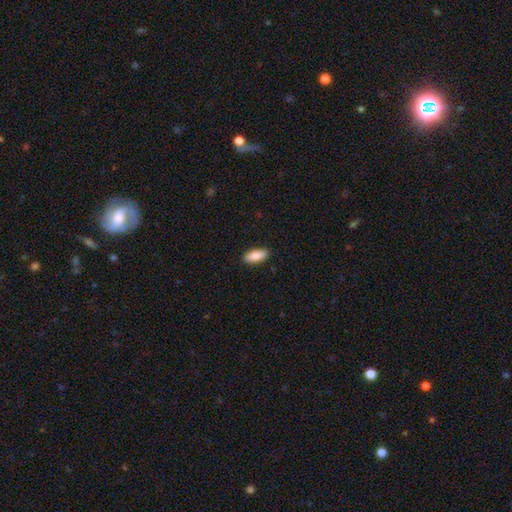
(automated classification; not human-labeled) Smooth or featured: smooth — 88% (featured or disk — 6%)
How rounded: in between — 82% (cigar-shaped — 16%)
Merging: none — 90% (minor disturbance — 7%)